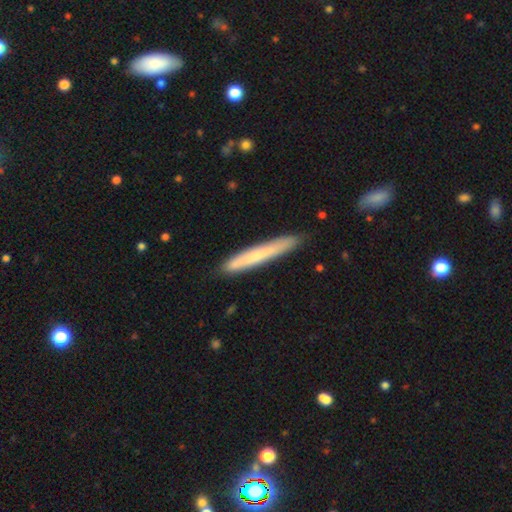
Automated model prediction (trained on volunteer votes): Smooth or featured? Predicted: smooth (p=0.64). How rounded? Predicted: cigar-shaped (p=0.96). Merging? Predicted: none (p=0.85).